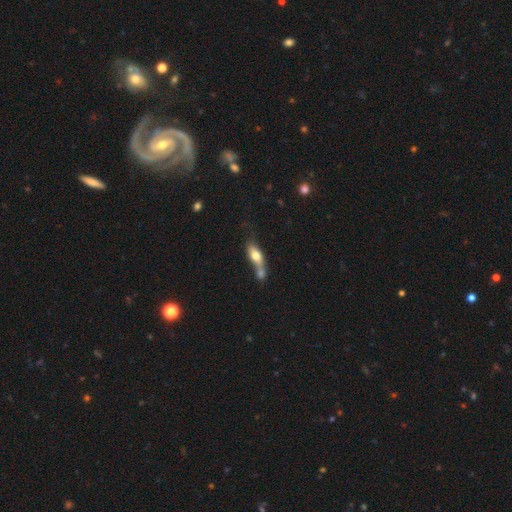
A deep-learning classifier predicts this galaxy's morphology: Q: Smooth or featured?
A: smooth (65%); runner-up: featured or disk (27%)
Q: How rounded?
A: in between (63%); runner-up: cigar-shaped (31%)
Q: Merging?
A: merger (57%); runner-up: none (23%)